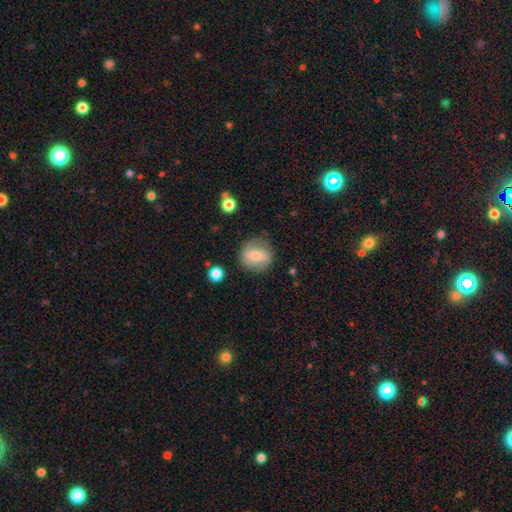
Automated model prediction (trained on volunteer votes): This appears to be a smooth galaxy with no disk features (66%) that is round (80%). Merging: none (76%).